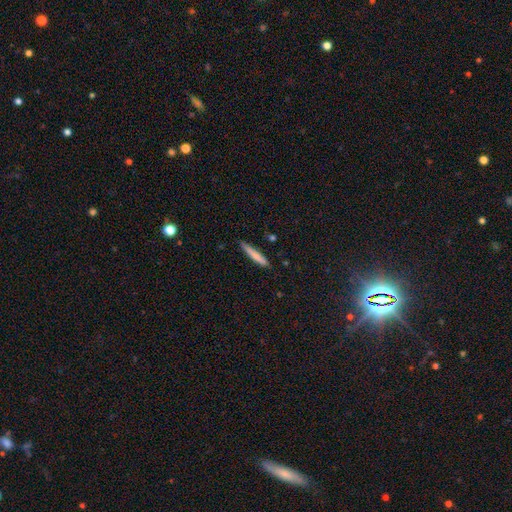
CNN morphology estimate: Smooth or featured?
  - smooth: 74% *
  - featured or disk: 20%
  - star or artifact: 6%
How rounded?
  - cigar-shaped: 94% *
  - in between: 5%
  - round: 1%
Merging?
  - none: 84% *
  - minor disturbance: 13%
  - major disturbance: 2%
  - merger: 2%